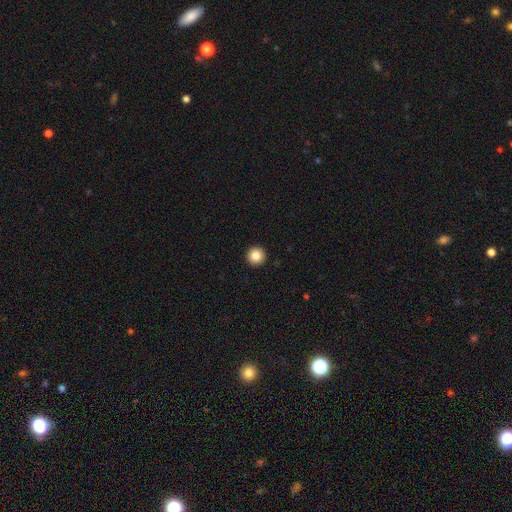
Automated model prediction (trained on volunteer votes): smooth 85%, star or artifact 10%, featured or disk 6%. Down the decision tree: how rounded — round (97%); merging — none (94%).